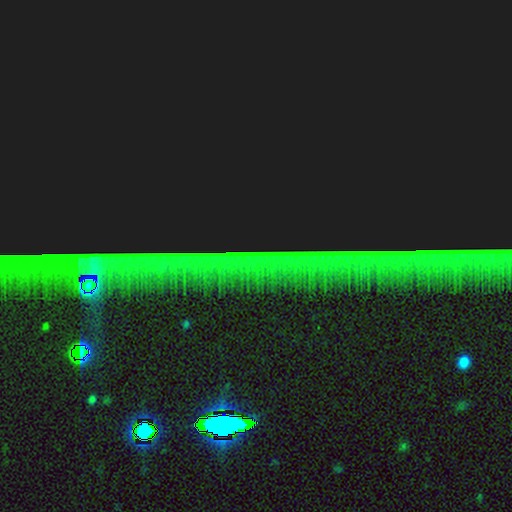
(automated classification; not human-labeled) Overall: star or artifact (86%).